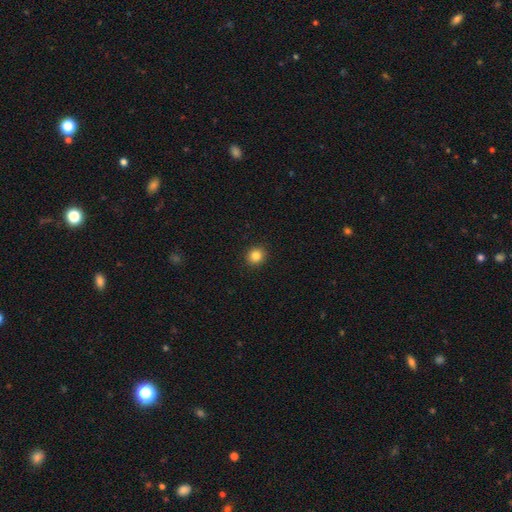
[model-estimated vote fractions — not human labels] Q: Smooth or featured?
A: smooth (84%); runner-up: star or artifact (11%)
Q: How rounded?
A: round (85%); runner-up: in between (14%)
Q: Merging?
A: none (93%); runner-up: minor disturbance (5%)